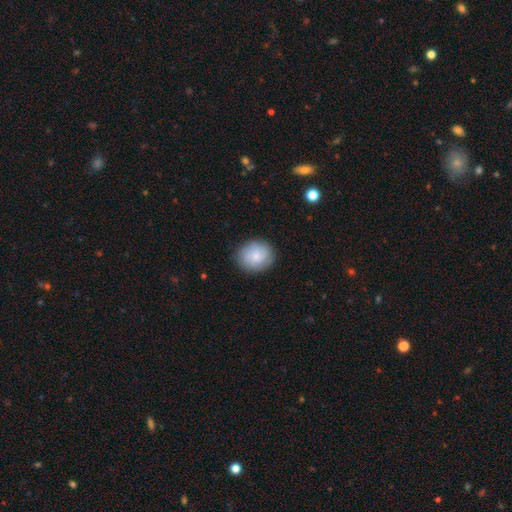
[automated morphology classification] A smooth galaxy with no disk features (81%) that is round (71%).

Vote fractions:
- Smooth or featured? smooth: 81% / featured or disk: 13% / star or artifact: 7%
- How rounded? round: 71% / in between: 28% / cigar-shaped: 1%
- Merging? none: 85% / minor disturbance: 11% / major disturbance: 3% / merger: 1%